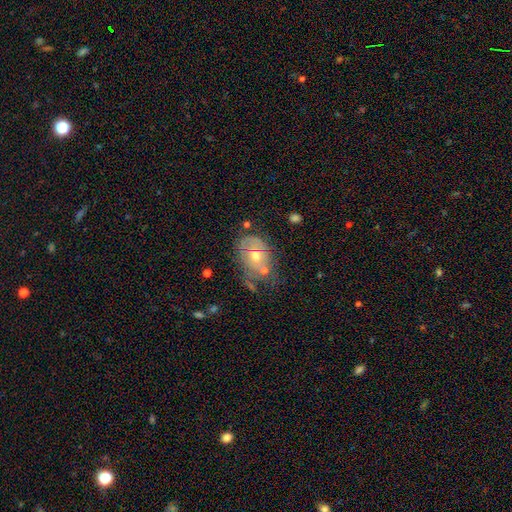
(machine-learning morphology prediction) featured or disk 53%, smooth 38%, star or artifact 10%. Down the decision tree: edge-on disk — no (94%); merging — none (41%).